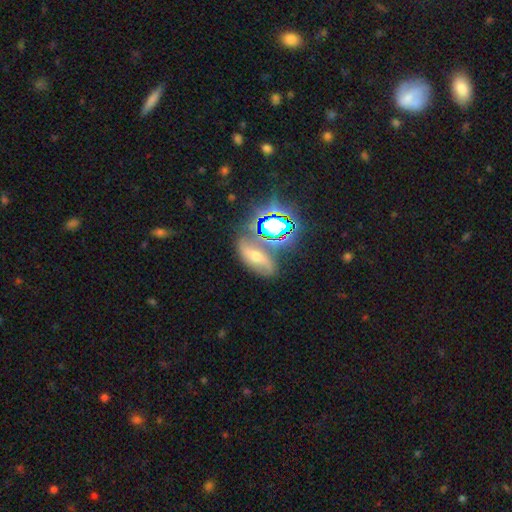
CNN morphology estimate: A star or artifact, not a galaxy (37%).

Vote fractions:
- Smooth or featured? star or artifact: 37% / featured or disk: 36% / smooth: 27%